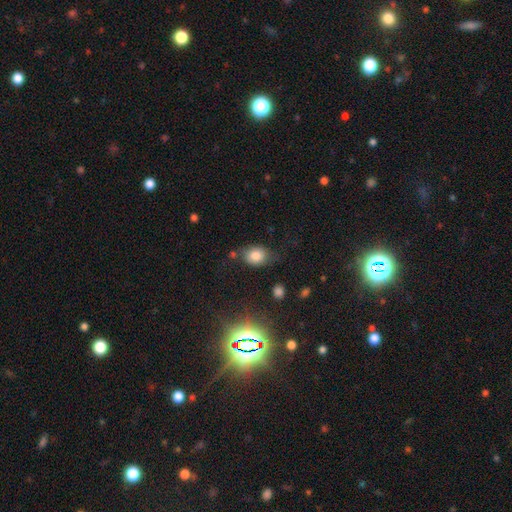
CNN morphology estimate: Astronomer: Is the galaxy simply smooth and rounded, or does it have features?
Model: smooth — 79%.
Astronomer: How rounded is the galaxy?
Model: in between — 61% (runner-up: round, 37%).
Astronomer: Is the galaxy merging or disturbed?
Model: none — 64%.